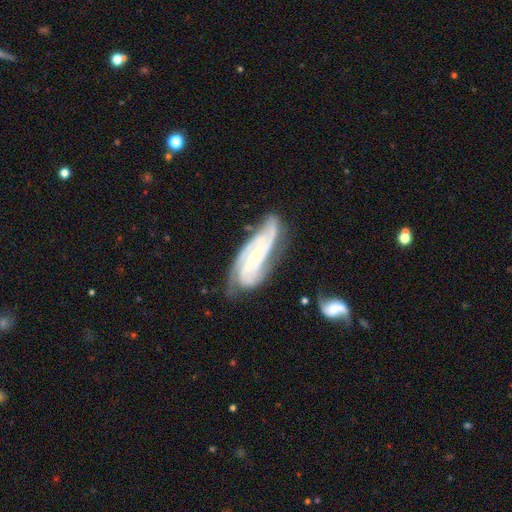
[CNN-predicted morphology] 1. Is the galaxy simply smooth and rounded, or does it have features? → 86% featured or disk, 8% smooth, 6% star or artifact.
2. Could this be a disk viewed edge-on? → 93% no, 7% yes.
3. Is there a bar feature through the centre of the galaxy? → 55% no, 30% weak, 15% strong.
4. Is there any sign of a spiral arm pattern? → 97% yes, 3% no.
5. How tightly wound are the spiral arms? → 63% tight, 31% medium, 6% loose.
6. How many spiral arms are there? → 44% 3, 17% 4, 17% 2, 14% can't tell, 4% more than 4, 4% 1.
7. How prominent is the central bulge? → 73% small, 22% moderate, 3% none, 1% large, 1% dominant.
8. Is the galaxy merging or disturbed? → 66% none, 23% minor disturbance, 8% major disturbance, 4% merger.